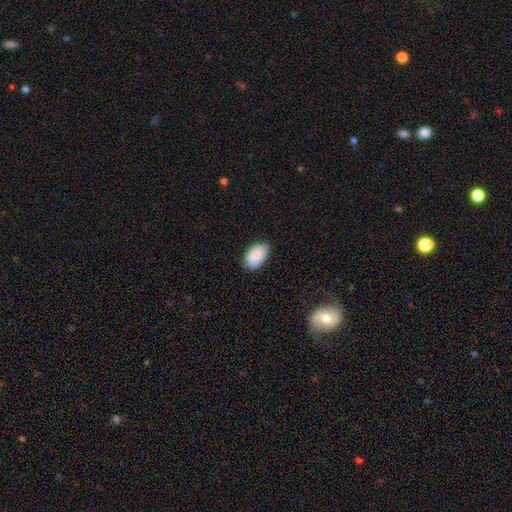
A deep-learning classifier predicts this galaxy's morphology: type=smooth (83%); roundness=in between (92%); merging=none (80%).